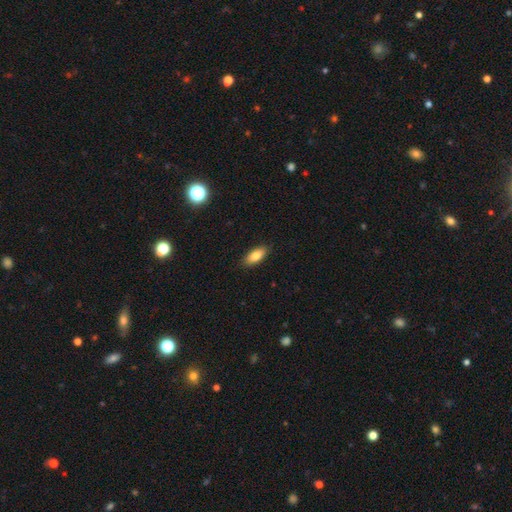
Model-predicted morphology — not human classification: This is clearly a smooth galaxy (83%). How rounded: clearly in between (84%). Merging: clearly none (88%).